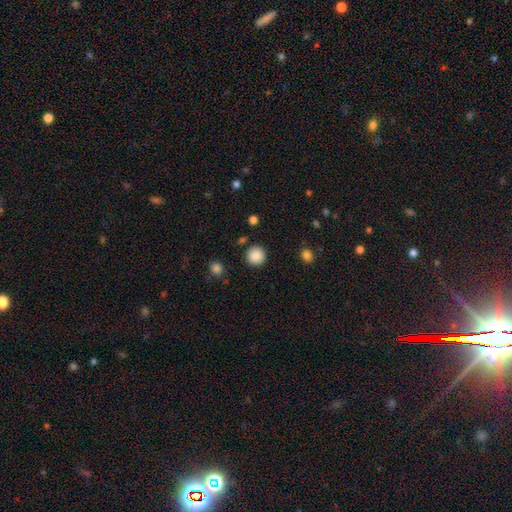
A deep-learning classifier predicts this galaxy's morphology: type=smooth (88%); roundness=round (94%); merging=none (89%).